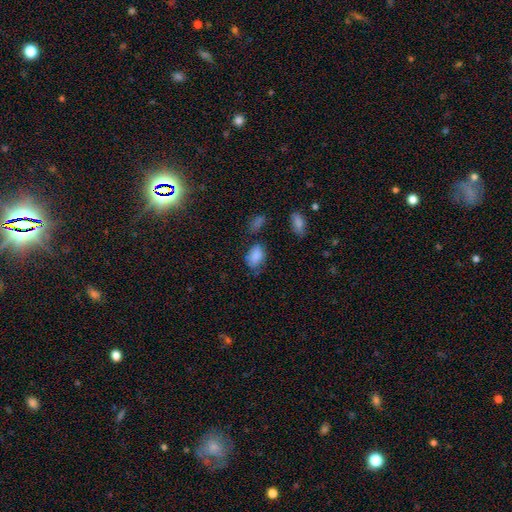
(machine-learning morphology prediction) This appears to be a smooth galaxy with no disk features (84%) that is in between round and cigar-shaped (89%). Merging: none (58%).